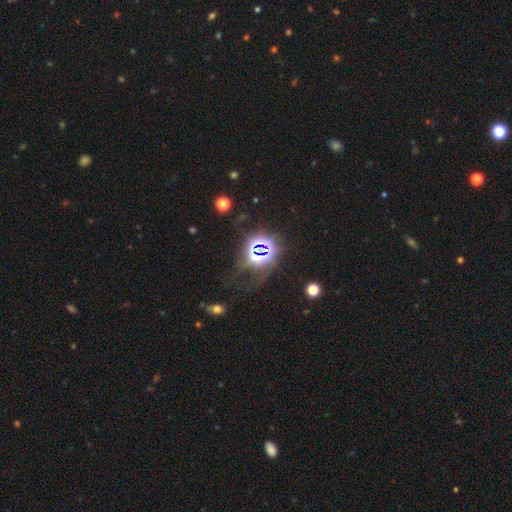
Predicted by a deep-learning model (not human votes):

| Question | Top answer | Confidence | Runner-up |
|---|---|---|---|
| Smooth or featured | star or artifact | 73% | smooth (16%) |